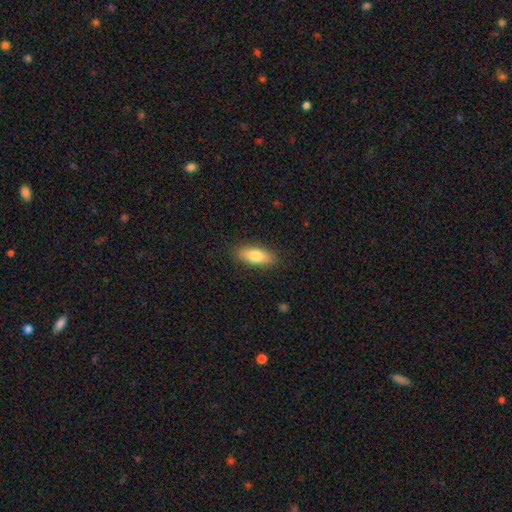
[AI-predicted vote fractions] This appears to be a smooth galaxy with no disk features (78%) that is in between round and cigar-shaped (71%). Merging: none (88%).